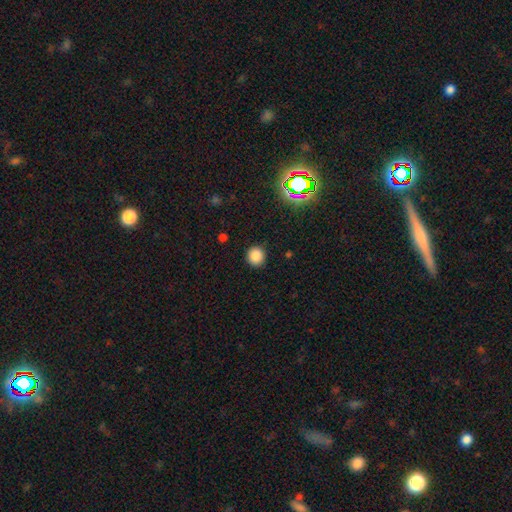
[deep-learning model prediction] A smooth galaxy with no disk features (83%) that is round (92%).

Vote fractions:
- Smooth or featured? smooth: 83% / star or artifact: 13% / featured or disk: 4%
- How rounded? round: 92% / in between: 7% / cigar-shaped: 1%
- Merging? none: 91% / minor disturbance: 6% / major disturbance: 2% / merger: 1%